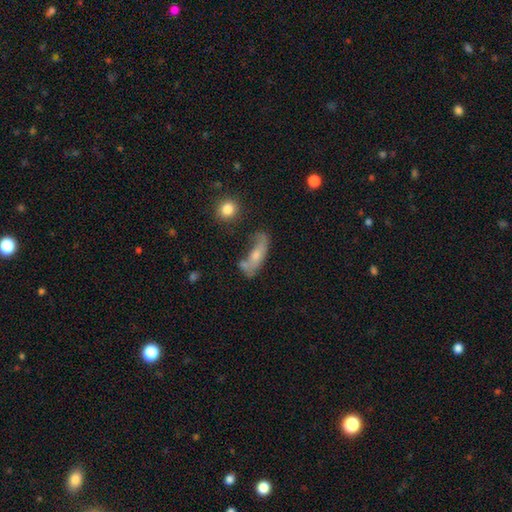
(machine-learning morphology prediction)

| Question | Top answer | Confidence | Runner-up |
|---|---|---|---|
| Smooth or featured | smooth | 52% | featured or disk (38%) |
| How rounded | in between | 54% | cigar-shaped (41%) |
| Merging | none | 39% | minor disturbance (24%) |